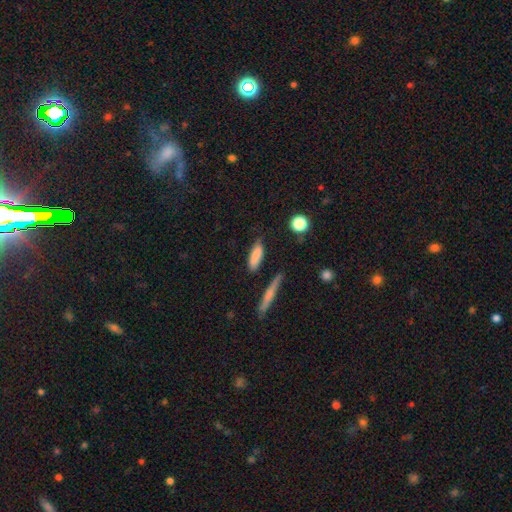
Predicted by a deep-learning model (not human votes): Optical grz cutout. It shows a smooth galaxy with no disk features (82%) that is in between round and cigar-shaped (53%). Merging: none (76%).